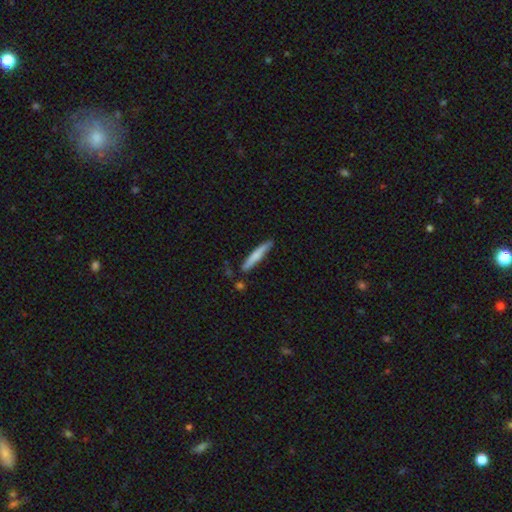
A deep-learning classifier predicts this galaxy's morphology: type=smooth (70%); roundness=cigar-shaped (94%); merging=none (81%).